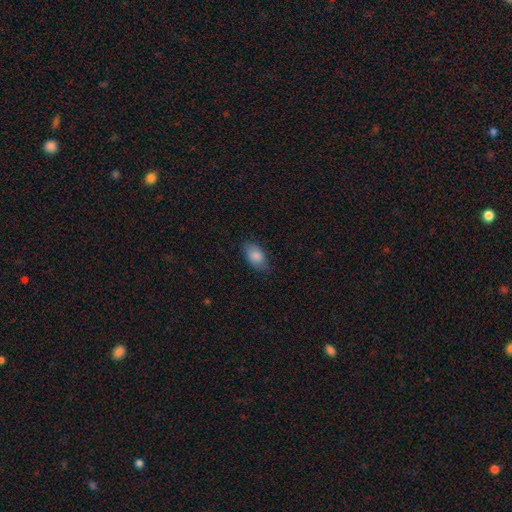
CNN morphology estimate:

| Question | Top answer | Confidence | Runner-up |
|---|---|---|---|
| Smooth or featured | smooth | 84% | featured or disk (9%) |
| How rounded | in between | 92% | round (6%) |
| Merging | none | 76% | minor disturbance (18%) |